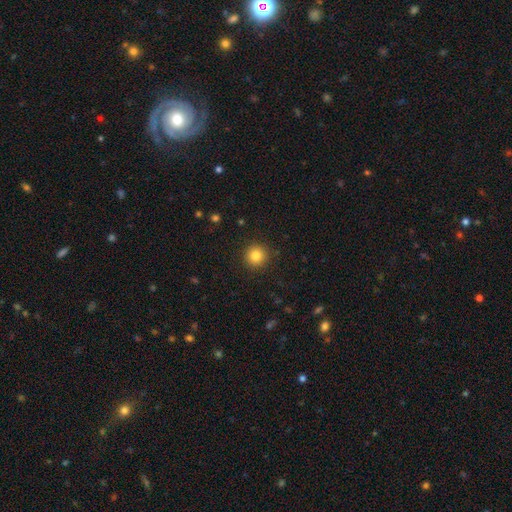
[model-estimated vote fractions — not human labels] Morphology: type=smooth (83%); roundness=round (94%); merging=none (91%).